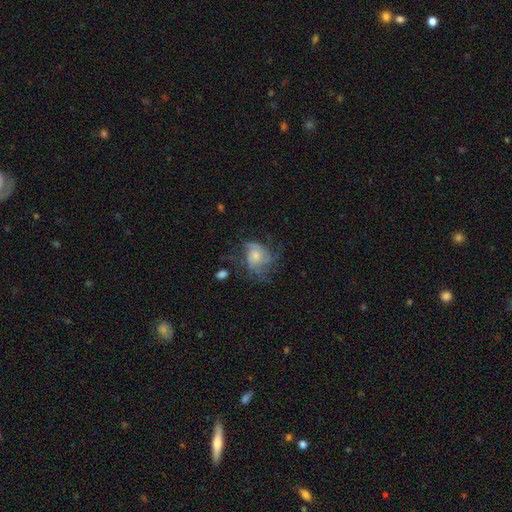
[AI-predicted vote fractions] Smooth or featured: featured or disk — 58% (smooth — 33%)
Edge-on disk: no — 97% (yes — 3%)
Bar: no — 80% (weak — 17%)
Spiral arms: yes — 75% (no — 25%)
Bulge size: small — 45% (moderate — 39%)
Merging: none — 43% (major disturbance — 31%)